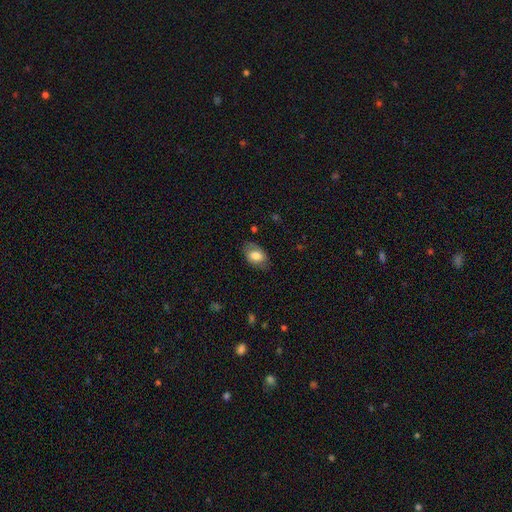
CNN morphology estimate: Smooth or featured? smooth (76%)
How rounded? in between (87%)
Merging? none (77%)